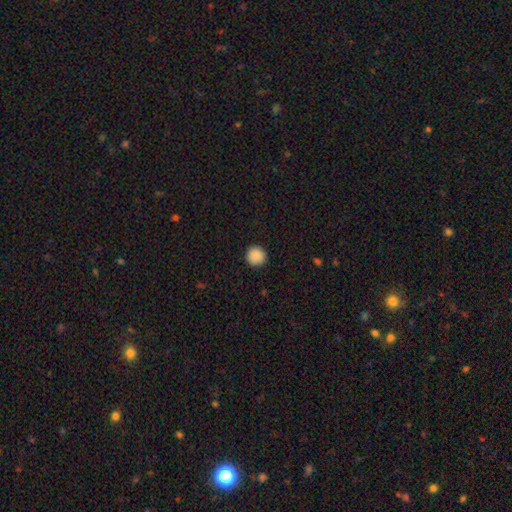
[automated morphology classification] A smooth galaxy with no disk features (89%) that is round (96%). Merging: none (93%).